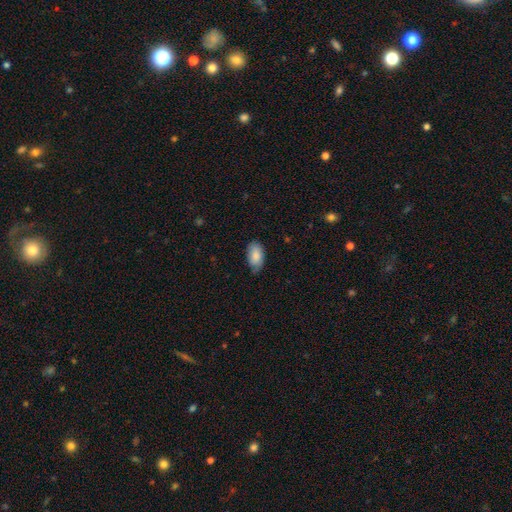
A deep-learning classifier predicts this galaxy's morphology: smooth-or-featured: smooth: 86% | featured or disk: 8% | star or artifact: 6%
  how-rounded: in between: 94% | round: 4% | cigar-shaped: 2%
  merging: none: 70% | minor disturbance: 25% | major disturbance: 4% | merger: 1%